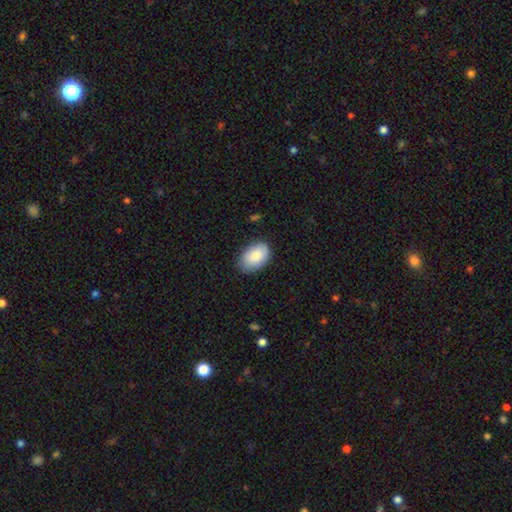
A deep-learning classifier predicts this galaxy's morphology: Q: Smooth or featured?
A: smooth (84%); runner-up: featured or disk (9%)
Q: How rounded?
A: in between (90%); runner-up: round (9%)
Q: Merging?
A: none (78%); runner-up: minor disturbance (18%)